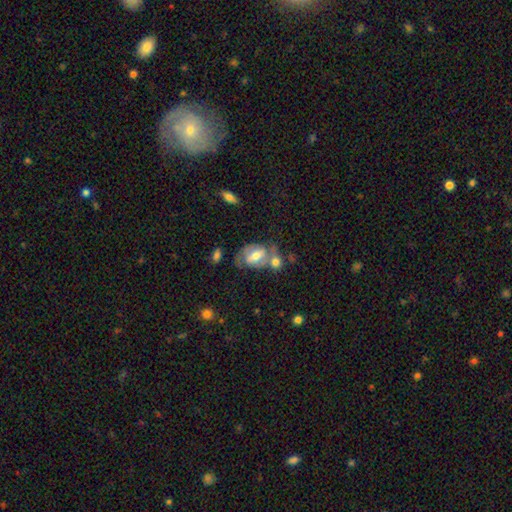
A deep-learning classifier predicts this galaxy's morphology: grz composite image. It shows a featured or disk galaxy (62%) with a weak bar (42%), spiral arms (69%) and a moderate central bulge (65%). Merging: none (37%).